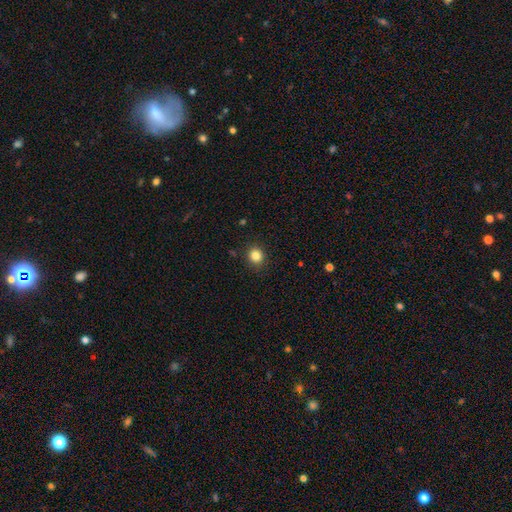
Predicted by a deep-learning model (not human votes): Morphology: type=smooth (84%); roundness=round (86%); merging=none (90%).